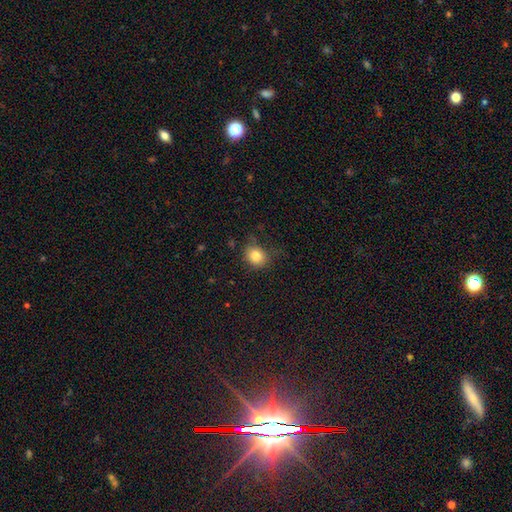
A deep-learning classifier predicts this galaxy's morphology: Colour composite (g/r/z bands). It shows a smooth galaxy with no disk features (83%) that is round (74%). Merging: none (69%).